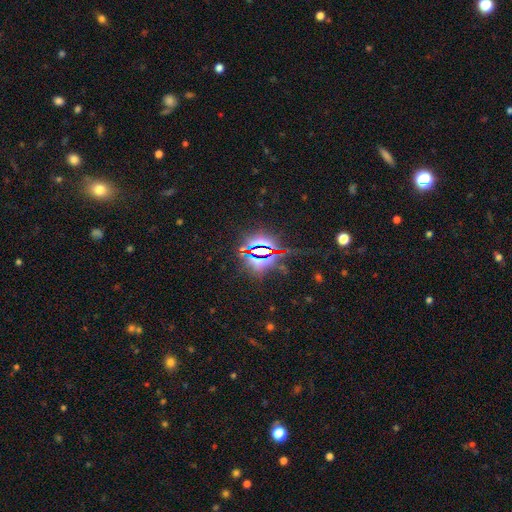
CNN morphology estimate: Smooth or featured? star or artifact (81%)